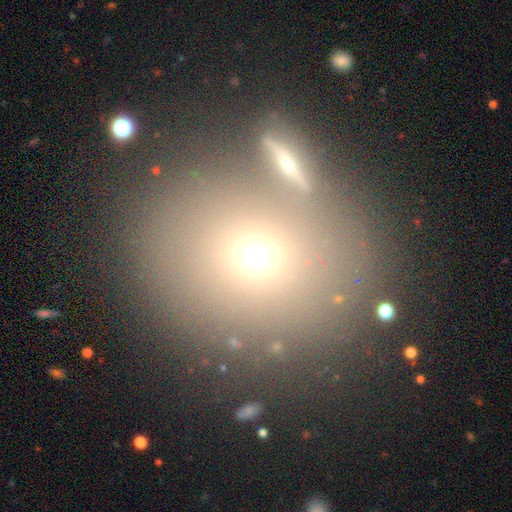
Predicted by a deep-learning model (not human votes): Overall: smooth (62%; star or artifact 23%). How rounded: round (77%). Merging: none (71%).